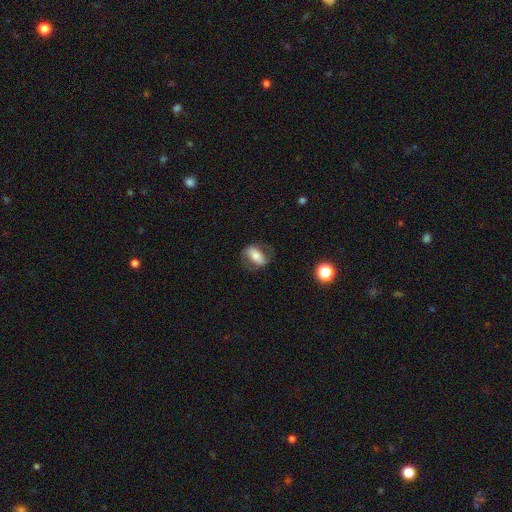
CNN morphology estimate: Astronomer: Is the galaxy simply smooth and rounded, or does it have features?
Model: smooth — 47% (runner-up: featured or disk, 45%).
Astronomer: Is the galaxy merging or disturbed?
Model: none — 67%.